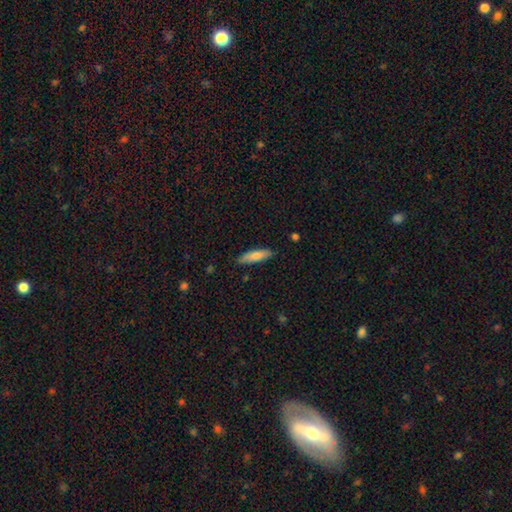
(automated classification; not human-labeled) This is likely a smooth galaxy (78%). How rounded: likely cigar-shaped (63%). Merging: clearly none (85%).